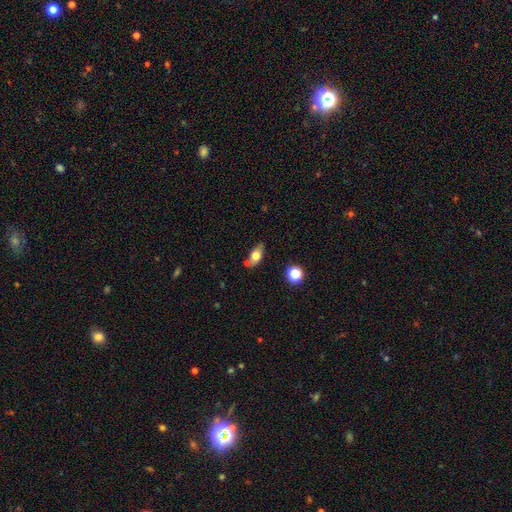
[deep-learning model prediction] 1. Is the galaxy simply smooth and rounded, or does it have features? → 71% smooth, 20% featured or disk, 9% star or artifact.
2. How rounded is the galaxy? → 83% in between, 10% round, 7% cigar-shaped.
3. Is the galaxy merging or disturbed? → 69% none, 17% minor disturbance, 11% merger, 4% major disturbance.